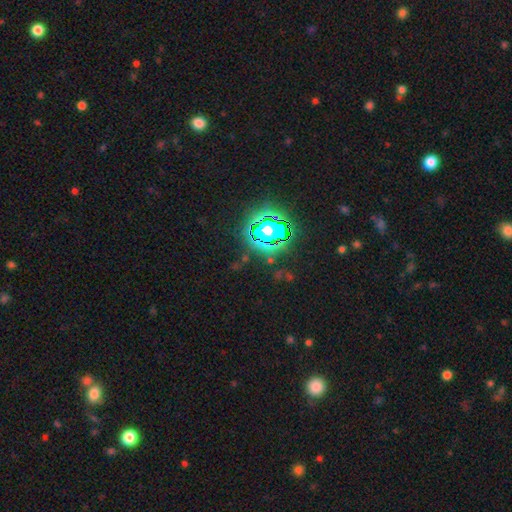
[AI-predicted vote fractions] Overall: star or artifact (82%).